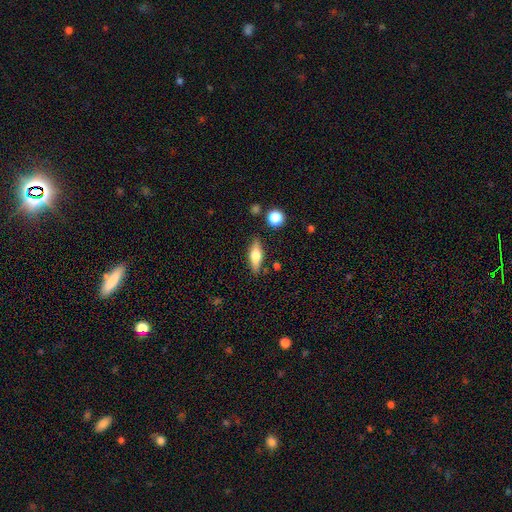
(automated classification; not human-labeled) Smooth or featured: smooth — 60% (featured or disk — 33%)
How rounded: in between — 59% (cigar-shaped — 37%)
Merging: none — 84% (minor disturbance — 11%)